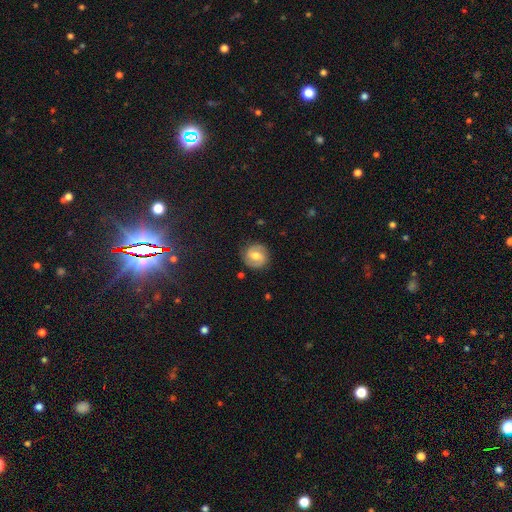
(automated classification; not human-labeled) Overall: featured or disk (57%; smooth 35%). Edge-on disk: no (97%). Bar: weak (51%; no 28%). Spiral arms: yes (83%). Bulge size: moderate (72%). Merging: none (86%).